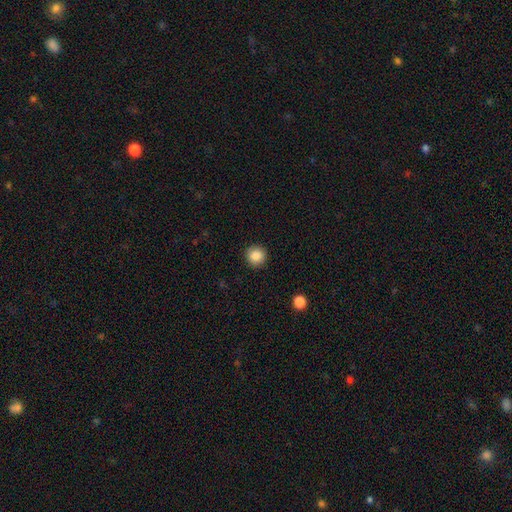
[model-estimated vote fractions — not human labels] Q: Smooth or featured?
A: smooth (87%); runner-up: star or artifact (9%)
Q: How rounded?
A: round (94%); runner-up: in between (5%)
Q: Merging?
A: none (92%); runner-up: minor disturbance (5%)